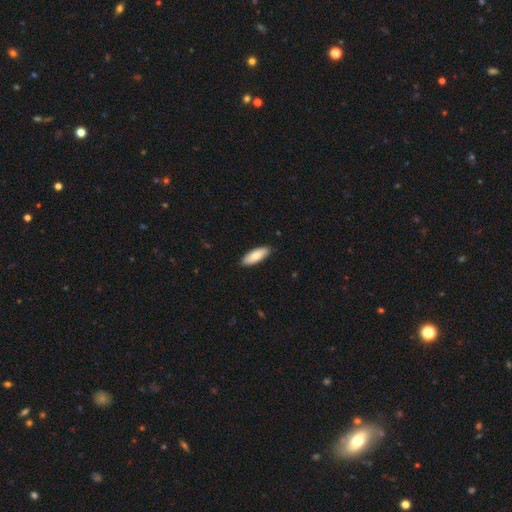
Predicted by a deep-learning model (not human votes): Smooth or featured? Predicted: smooth (p=0.82). How rounded? Predicted: in between (p=0.63). Merging? Predicted: none (p=0.89).